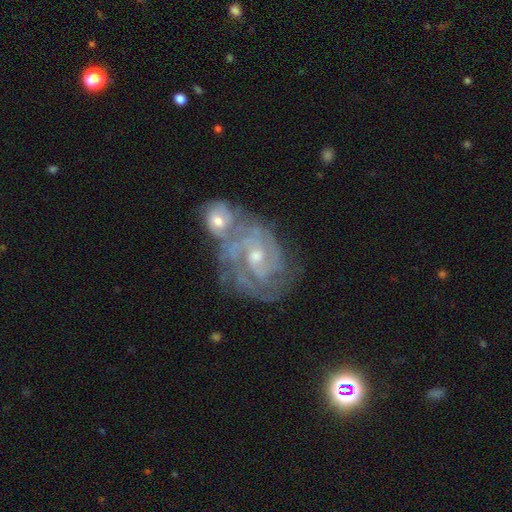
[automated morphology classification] A featured or disk galaxy (77%) with no bar (50%), tight (74%) spiral arms (92%) and a small central bulge (66%). Merging: none (45%).